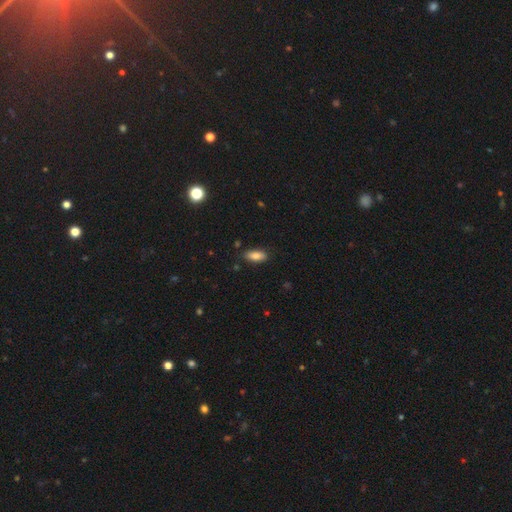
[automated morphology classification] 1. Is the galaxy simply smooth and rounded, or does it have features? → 84% smooth, 8% featured or disk, 8% star or artifact.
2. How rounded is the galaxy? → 85% in between, 13% cigar-shaped, 2% round.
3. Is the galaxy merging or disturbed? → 83% none, 13% minor disturbance, 2% major disturbance, 2% merger.